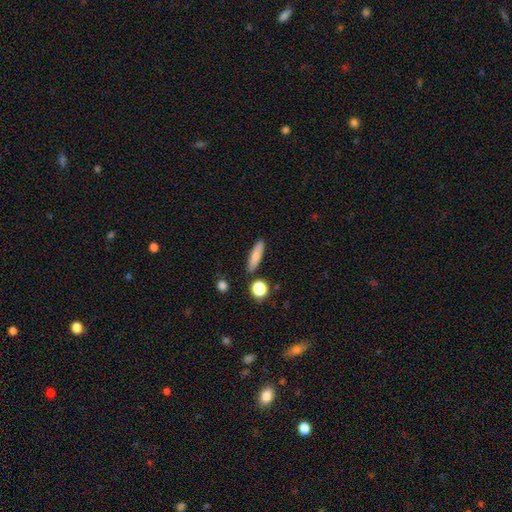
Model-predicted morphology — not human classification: Smooth or featured? smooth (77%)
How rounded? cigar-shaped (69%)
Merging? none (86%)